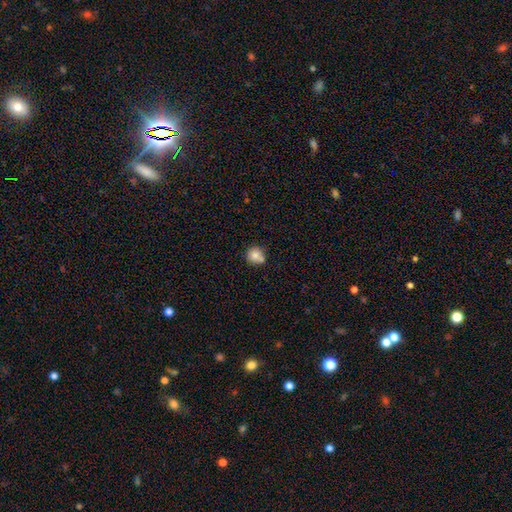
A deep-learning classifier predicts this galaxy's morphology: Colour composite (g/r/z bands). It shows a smooth galaxy with no disk features (80%) that is round (90%). Merging: none (60%).